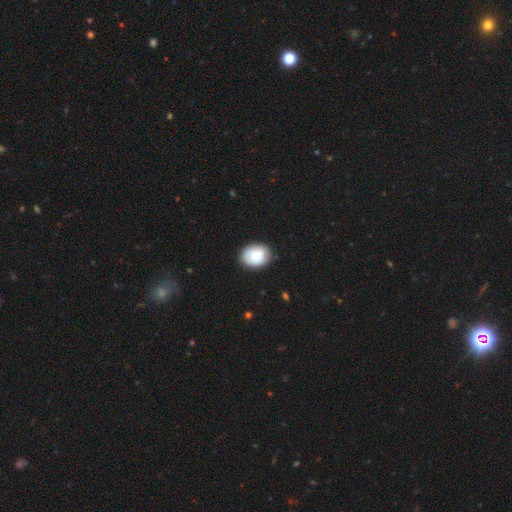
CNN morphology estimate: Smooth or featured: smooth — 66% (featured or disk — 27%)
How rounded: in between — 56% (round — 44%)
Merging: none — 83% (minor disturbance — 13%)